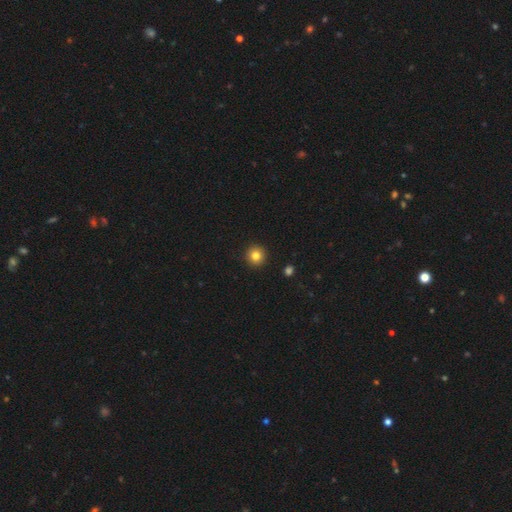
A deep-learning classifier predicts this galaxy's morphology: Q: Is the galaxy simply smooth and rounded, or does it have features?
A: smooth — 82%.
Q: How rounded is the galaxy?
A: round — 95%.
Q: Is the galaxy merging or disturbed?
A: none — 93%.